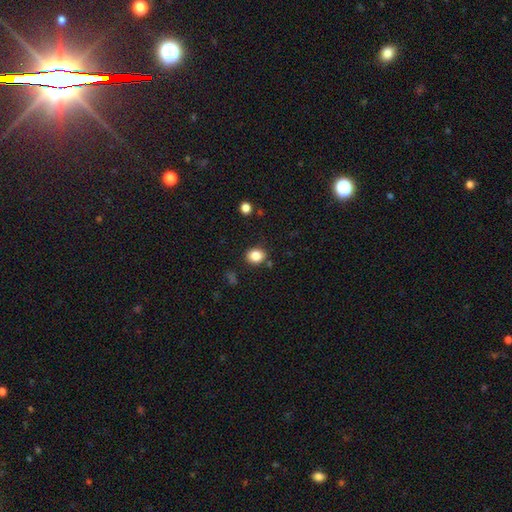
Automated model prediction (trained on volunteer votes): smooth_or_featured: smooth (p=0.85) [alt: star or artifact p=0.10]
how_rounded: round (p=0.59) [alt: in between p=0.40]
merging: none (p=0.84) [alt: minor disturbance p=0.10]